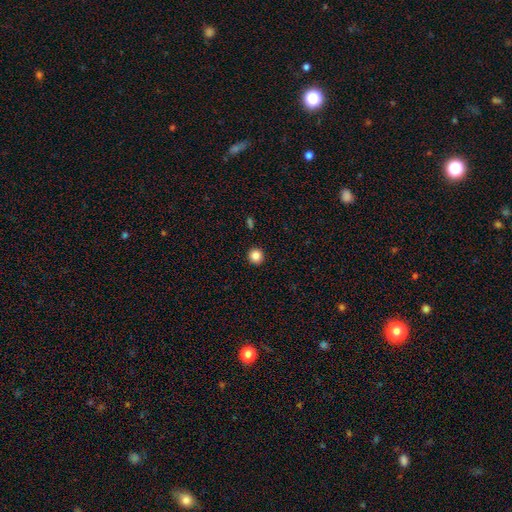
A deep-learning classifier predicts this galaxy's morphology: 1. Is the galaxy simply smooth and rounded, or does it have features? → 86% smooth, 10% star or artifact, 4% featured or disk.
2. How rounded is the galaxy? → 93% round, 6% in between, 1% cigar-shaped.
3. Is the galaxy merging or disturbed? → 93% none, 4% minor disturbance, 2% major disturbance, 1% merger.